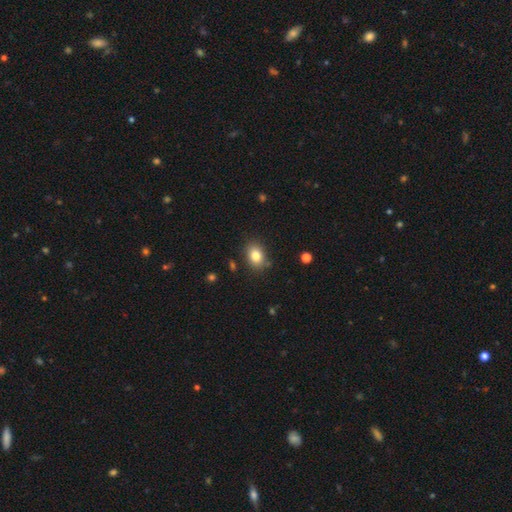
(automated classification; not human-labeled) A smooth galaxy with no disk features (83%) that is in between round and cigar-shaped (67%).

Vote fractions:
- Smooth or featured? smooth: 83% / star or artifact: 9% / featured or disk: 8%
- How rounded? in between: 67% / round: 32% / cigar-shaped: 1%
- Merging? none: 83% / minor disturbance: 12% / major disturbance: 3% / merger: 2%